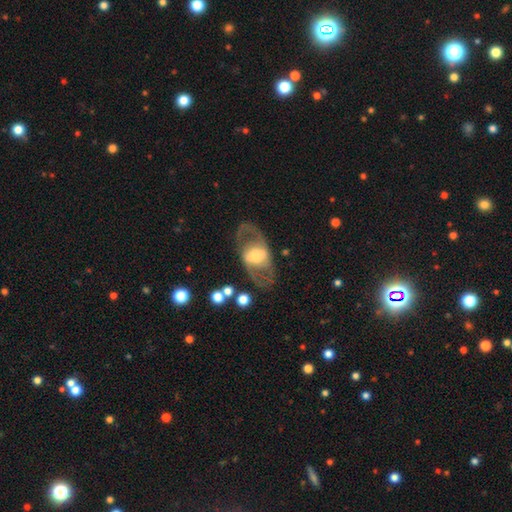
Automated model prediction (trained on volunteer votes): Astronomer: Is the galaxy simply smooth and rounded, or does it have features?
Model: featured or disk — 69%.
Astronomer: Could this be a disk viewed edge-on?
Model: no — 90%.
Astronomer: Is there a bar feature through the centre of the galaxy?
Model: weak — 37% (runner-up: no, 34%).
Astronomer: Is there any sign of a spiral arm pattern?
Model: yes — 53% (runner-up: no, 47%).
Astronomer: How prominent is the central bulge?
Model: moderate — 50%.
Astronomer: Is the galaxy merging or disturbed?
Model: none — 68%.